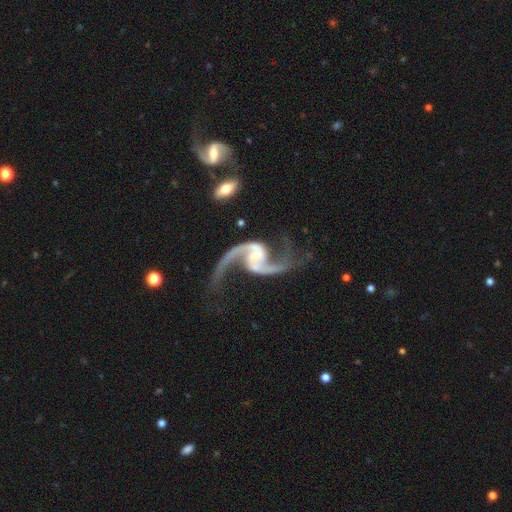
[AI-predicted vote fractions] featured or disk 94%, star or artifact 4%, smooth 2%. Down the decision tree: edge-on disk — no (98%); bar — weak (46%); spiral arms — yes (98%); spiral arm count — 2 (94%); spiral winding — loose (80%); bulge size — small (52%); merging — none (63%).